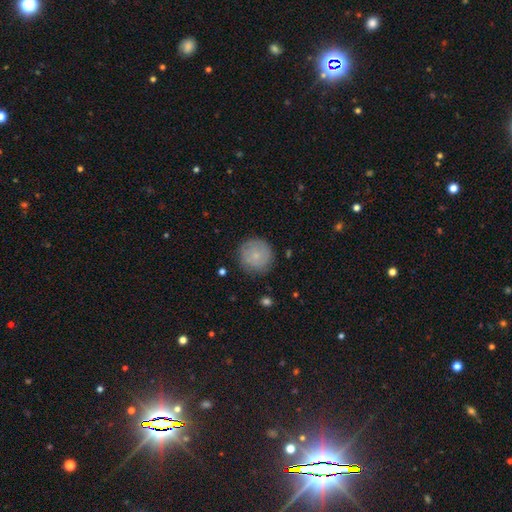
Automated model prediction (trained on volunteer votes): Overall: smooth (61%; featured or disk 31%). How rounded: round (94%). Merging: none (83%).